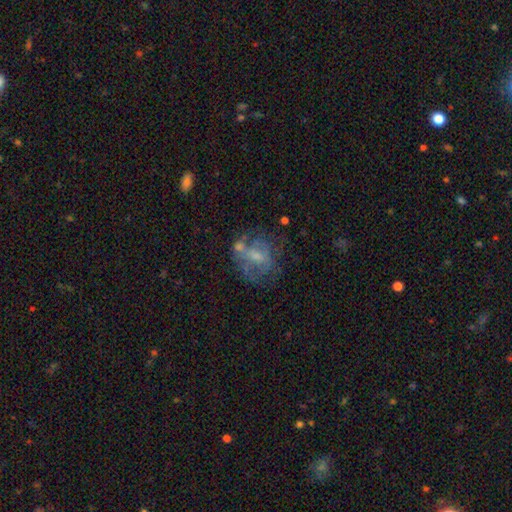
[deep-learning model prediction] smooth_or_featured: featured or disk (p=0.56) [alt: smooth p=0.32]
disk_edge_on: no (p=0.96) [alt: yes p=0.04]
bar: no (p=0.54) [alt: weak p=0.36]
has_spiral_arms: no (p=0.64) [alt: yes p=0.36]
bulge_size: small (p=0.43) [alt: moderate p=0.36]
merging: none (p=0.42) [alt: major disturbance p=0.22]